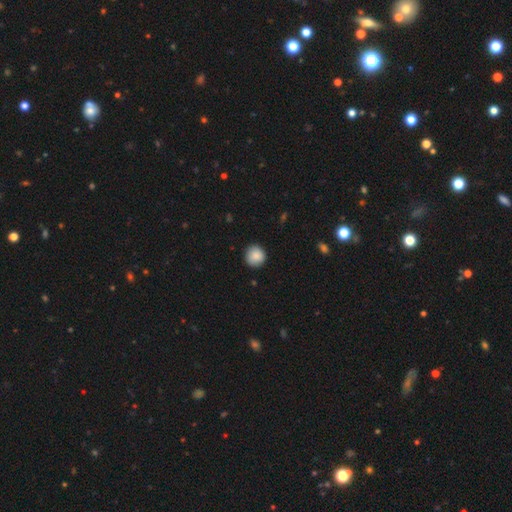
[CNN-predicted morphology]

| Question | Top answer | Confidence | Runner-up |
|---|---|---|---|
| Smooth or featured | smooth | 87% | star or artifact (7%) |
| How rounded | round | 93% | in between (6%) |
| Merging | none | 90% | minor disturbance (8%) |